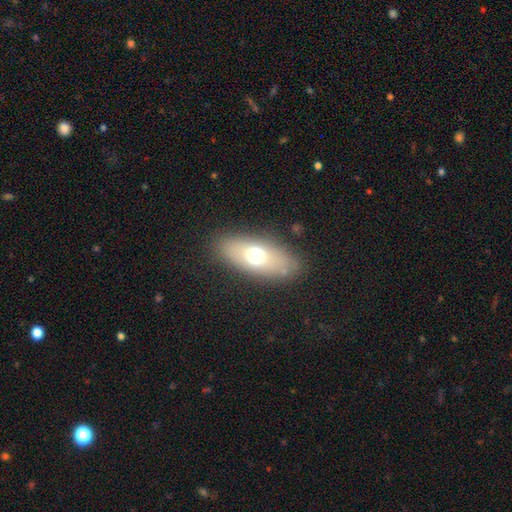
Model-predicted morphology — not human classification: smooth_or_featured: smooth (p=0.64) [alt: featured or disk p=0.26]
how_rounded: in between (p=0.79) [alt: cigar-shaped p=0.13]
merging: none (p=0.83) [alt: minor disturbance p=0.11]